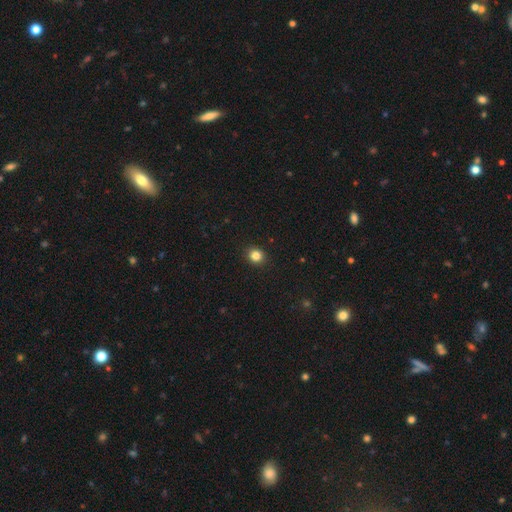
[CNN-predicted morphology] Smooth or featured? smooth (84%)
How rounded? round (82%)
Merging? none (92%)